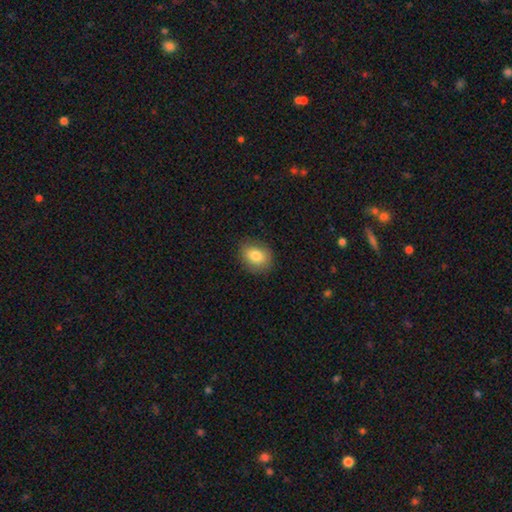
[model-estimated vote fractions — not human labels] Smooth or featured: smooth — 82% (featured or disk — 9%)
How rounded: in between — 51% (round — 48%)
Merging: none — 85% (minor disturbance — 11%)